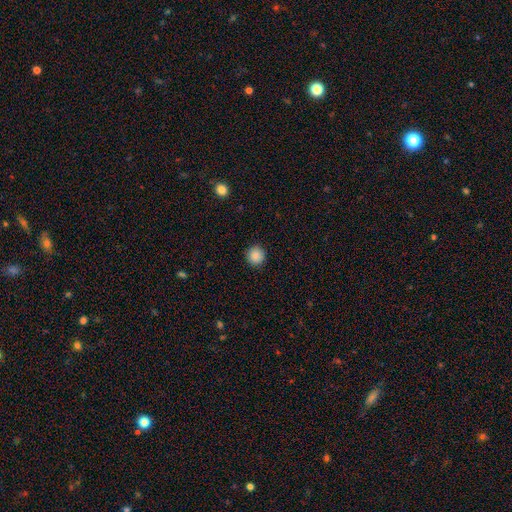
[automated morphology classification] Q: Smooth or featured?
A: smooth (88%); runner-up: star or artifact (9%)
Q: How rounded?
A: round (95%); runner-up: in between (4%)
Q: Merging?
A: none (93%); runner-up: minor disturbance (5%)